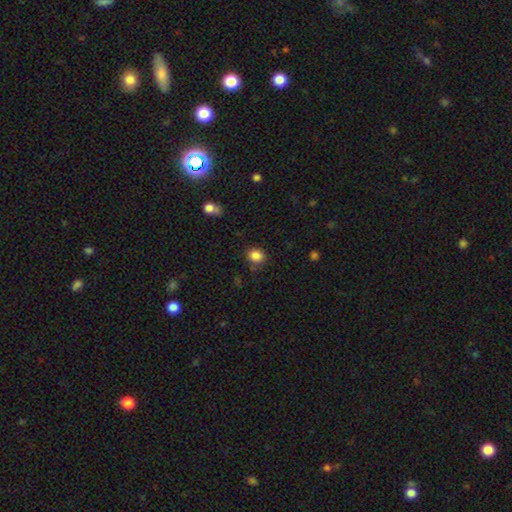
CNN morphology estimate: This appears to be a smooth galaxy with no disk features (85%) that is round (68%). Merging: none (81%).